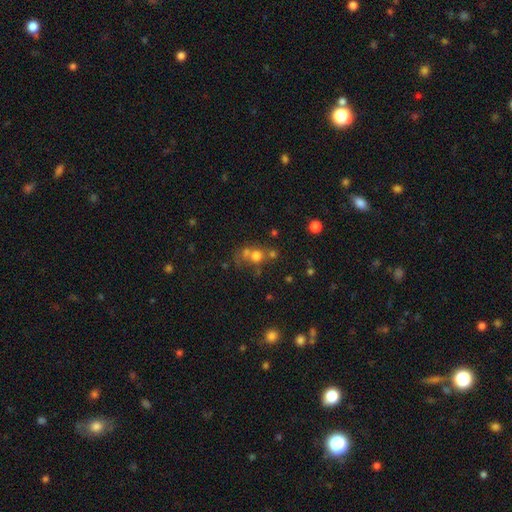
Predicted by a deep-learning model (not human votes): Overall: smooth (63%). How rounded: round (79%). Merging: merger (41%, tied with none).